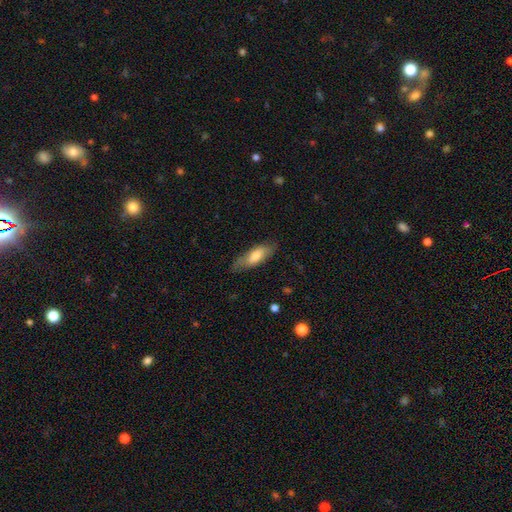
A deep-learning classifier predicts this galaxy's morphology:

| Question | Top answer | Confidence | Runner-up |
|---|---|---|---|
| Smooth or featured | smooth | 66% | featured or disk (28%) |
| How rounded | in between | 63% | cigar-shaped (35%) |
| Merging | none | 75% | minor disturbance (19%) |